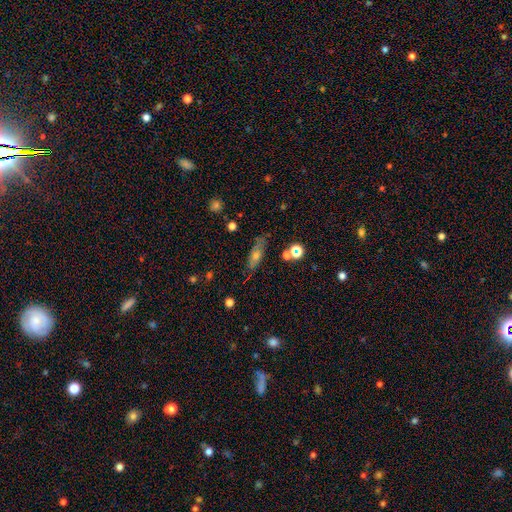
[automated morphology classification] smooth_or_featured: smooth (p=0.50) [alt: featured or disk p=0.36]
merging: none (p=0.76) [alt: minor disturbance p=0.16]